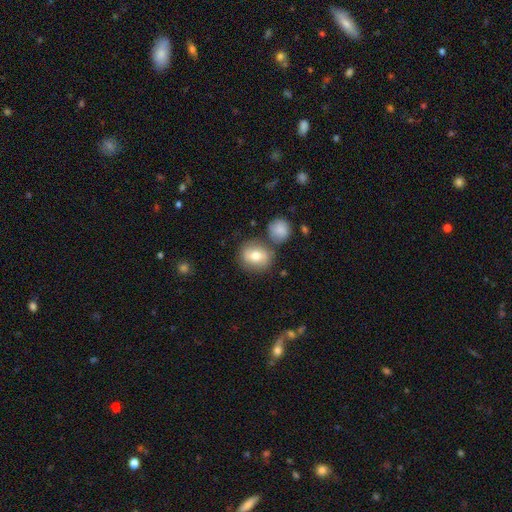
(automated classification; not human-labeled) A smooth galaxy with no disk features (66%) that is round (71%). Merging: none (68%).